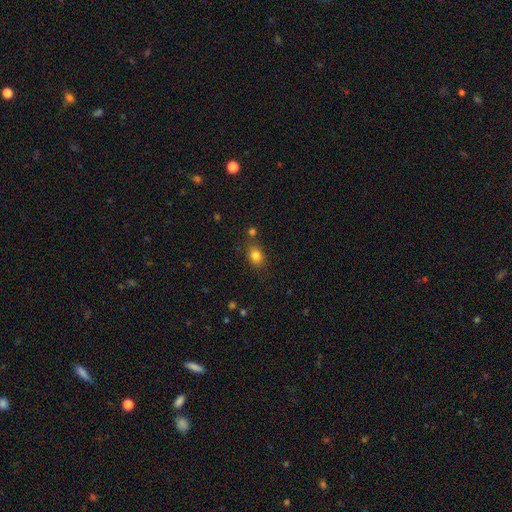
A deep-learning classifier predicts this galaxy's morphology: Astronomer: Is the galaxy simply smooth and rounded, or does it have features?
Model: smooth — 82%.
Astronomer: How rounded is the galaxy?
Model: in between — 59% (runner-up: round, 40%).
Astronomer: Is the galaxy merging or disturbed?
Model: none — 76%.